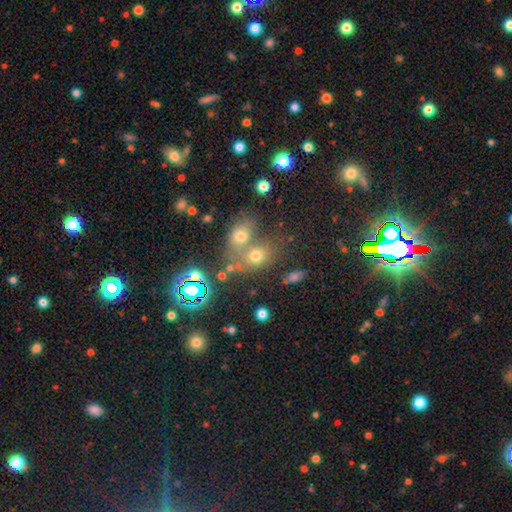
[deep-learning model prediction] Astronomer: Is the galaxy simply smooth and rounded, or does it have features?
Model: smooth — 58%.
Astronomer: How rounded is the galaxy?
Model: in between — 50% (runner-up: round, 48%).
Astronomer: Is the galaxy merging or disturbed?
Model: merger — 48% (runner-up: none, 39%).